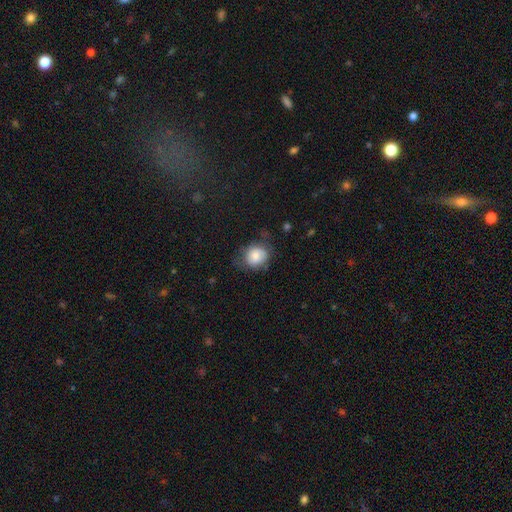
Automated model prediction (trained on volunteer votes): smooth 74%, featured or disk 18%, star or artifact 9%. Down the decision tree: how rounded — round (66%); merging — none (58%).